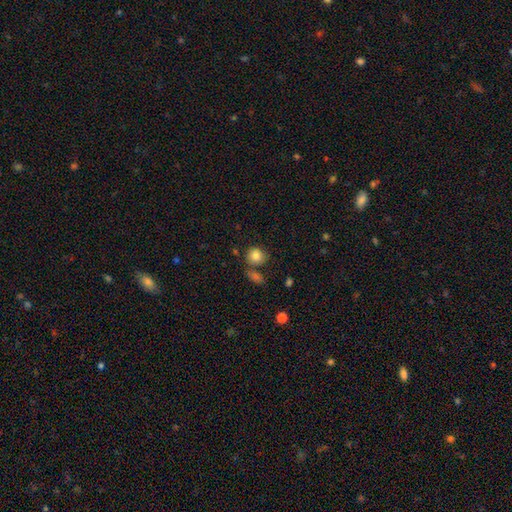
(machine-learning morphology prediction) This appears to be a smooth galaxy with no disk features (84%) that is round (81%). Merging: none (65%).